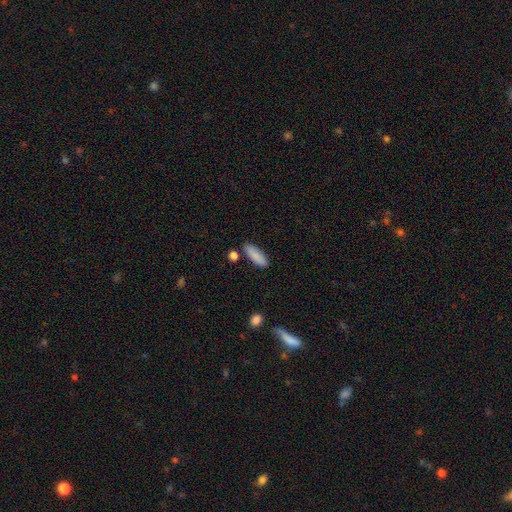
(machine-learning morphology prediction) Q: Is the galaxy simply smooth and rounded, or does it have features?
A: smooth — 87%.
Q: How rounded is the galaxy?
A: in between — 59%.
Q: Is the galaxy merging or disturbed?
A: none — 81%.